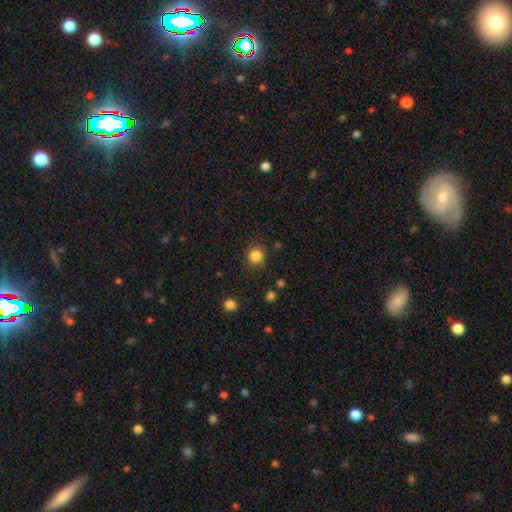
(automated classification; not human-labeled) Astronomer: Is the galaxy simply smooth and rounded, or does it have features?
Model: smooth — 84%.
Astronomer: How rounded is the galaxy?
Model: round — 91%.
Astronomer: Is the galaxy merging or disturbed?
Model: none — 86%.